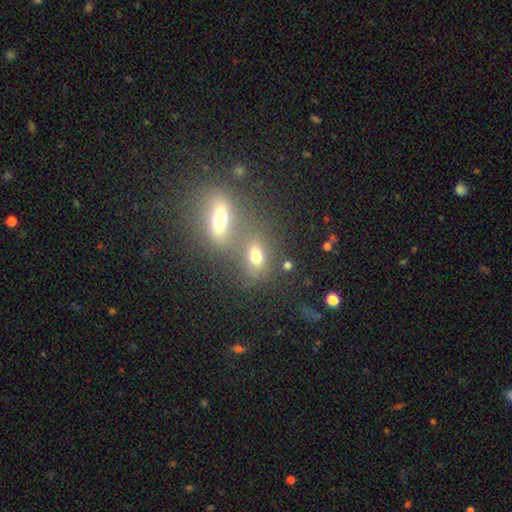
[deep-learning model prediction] Smooth or featured: smooth — 69% (star or artifact — 17%)
How rounded: in between — 67% (round — 28%)
Merging: merger — 45% (none — 41%)